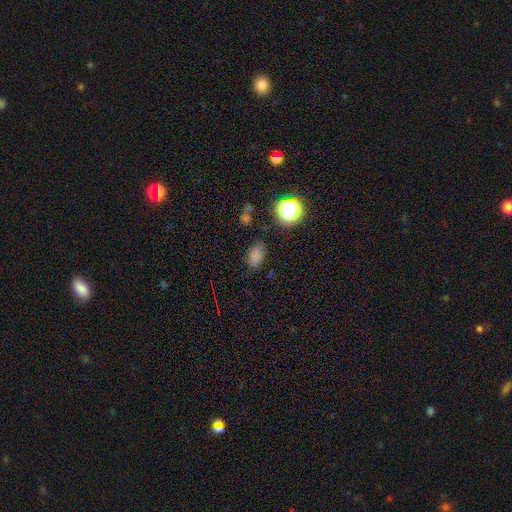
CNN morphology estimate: Smooth or featured? smooth (74%)
How rounded? in between (84%)
Merging? none (77%)